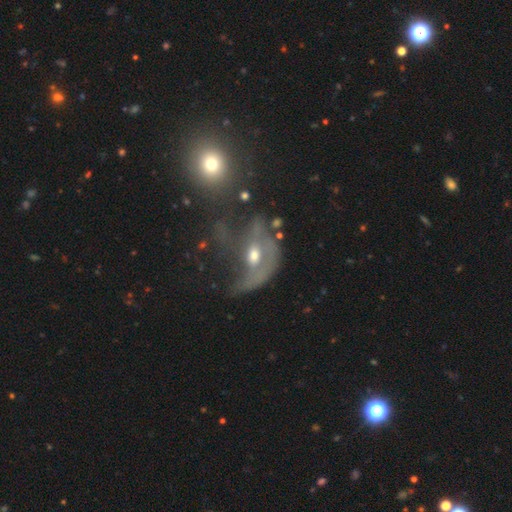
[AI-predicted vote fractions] A featured or disk galaxy (65%) with no bar (66%), spiral arms (52%) and a moderate central bulge (62%). Merging: major disturbance (53%).